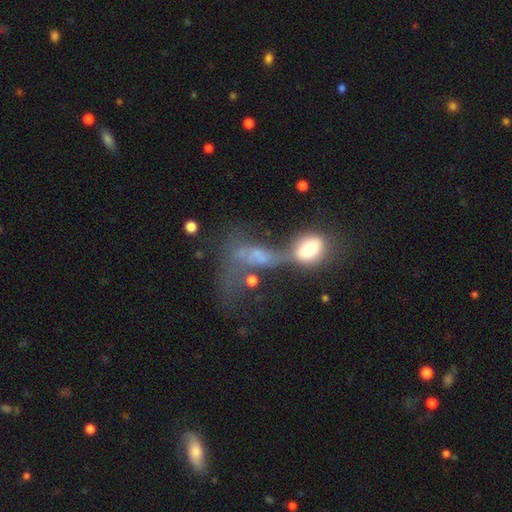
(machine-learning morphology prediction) type=featured or disk (43%); merging=merger (57%).